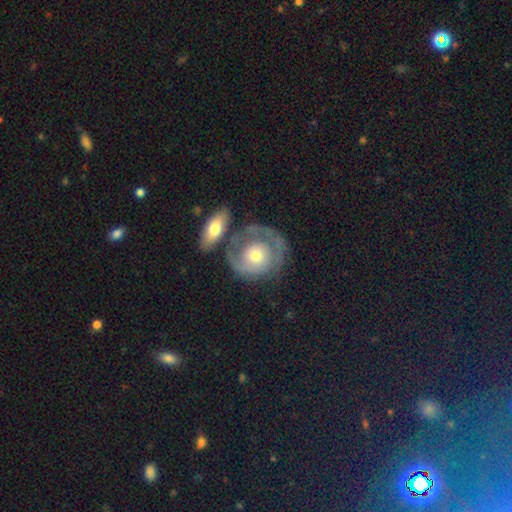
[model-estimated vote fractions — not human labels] The model was most divided on "bulge size": moderate: 59%, small: 31%, large: 7%, none: 2%, dominant: 1%. Remaining: edge-on disk — no (96%); bar — no (84%); spiral arms — yes (68%); smooth or featured — featured or disk (65%); merging — none (48%).